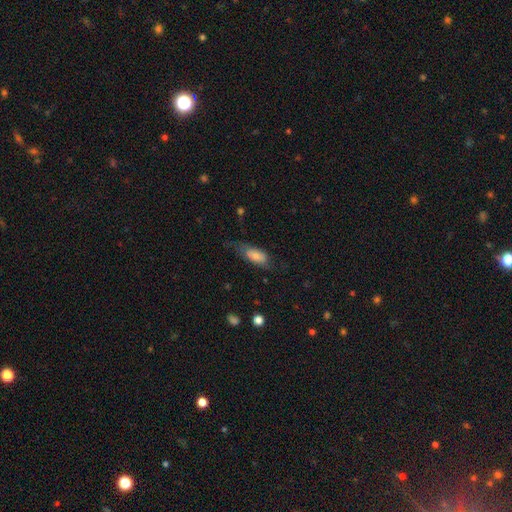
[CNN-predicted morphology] The model was most divided on "merging": none: 45%, minor disturbance: 30%, major disturbance: 23%, merger: 2%. More confident: how rounded — in between (82%); smooth or featured — smooth (69%).